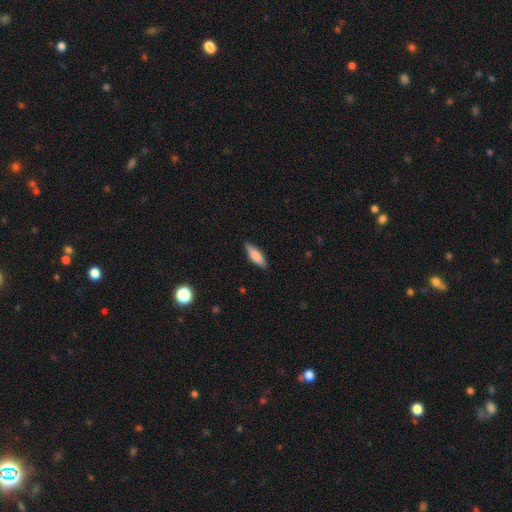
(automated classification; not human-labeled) smooth_or_featured: smooth (p=0.77) [alt: featured or disk p=0.17]
how_rounded: cigar-shaped (p=0.52) [alt: in between p=0.46]
merging: none (p=0.87) [alt: minor disturbance p=0.10]